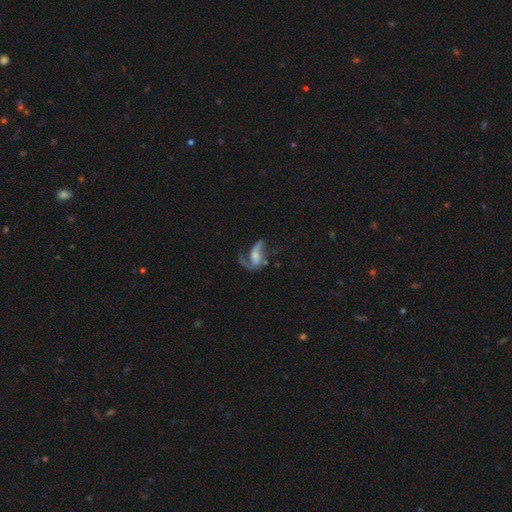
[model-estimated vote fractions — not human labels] Smooth or featured? featured or disk (70%)
Edge-on disk? no (93%)
Bar? no (47%)
Spiral arms? yes (82%)
Spiral winding? loose (67%)
Spiral arm count? 2 (57%)
Bulge size? small (40%)
Merging? major disturbance (44%)